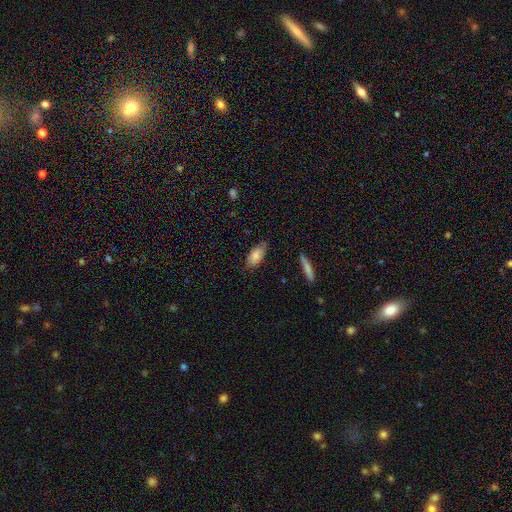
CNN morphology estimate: smooth 78%, featured or disk 15%, star or artifact 7%. Down the decision tree: how rounded — in between (88%); merging — none (71%).